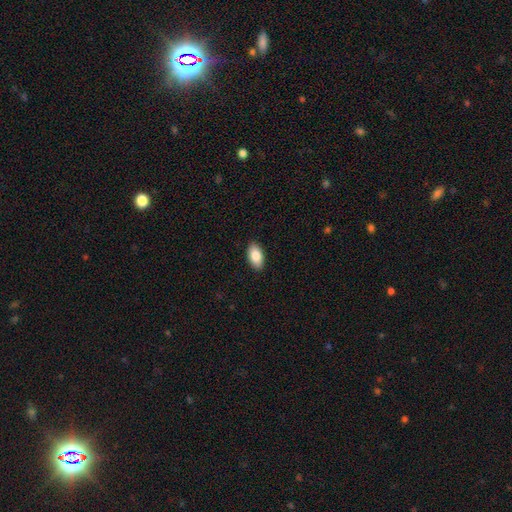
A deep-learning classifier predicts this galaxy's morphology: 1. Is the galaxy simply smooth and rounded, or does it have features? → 86% smooth, 8% featured or disk, 6% star or artifact.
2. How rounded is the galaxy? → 95% in between, 3% round, 2% cigar-shaped.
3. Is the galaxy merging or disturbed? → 90% none, 7% minor disturbance, 2% major disturbance, 1% merger.